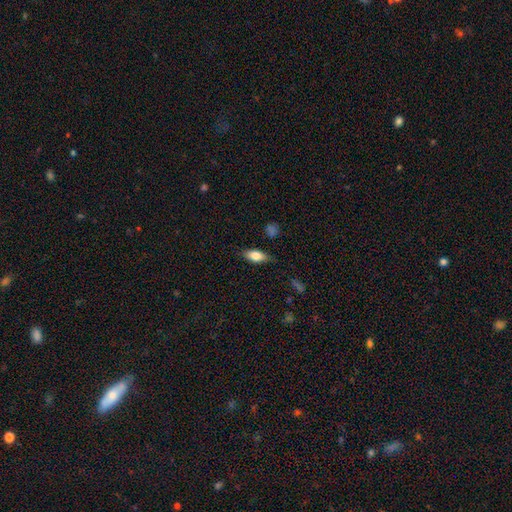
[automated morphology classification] A smooth galaxy with no disk features (72%) that is in between round and cigar-shaped (79%). Merging: none (80%).